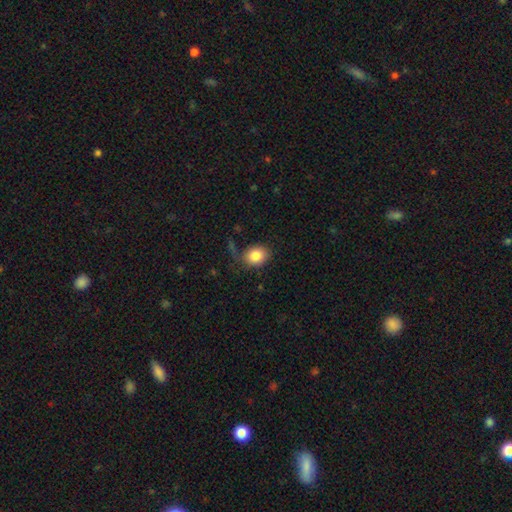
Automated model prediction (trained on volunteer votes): This appears to be a smooth galaxy with no disk features (84%) that is round (54%). Merging: none (71%).